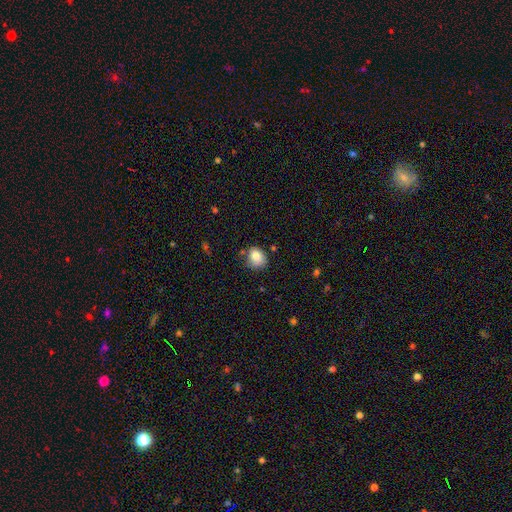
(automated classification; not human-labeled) A smooth galaxy with no disk features (81%) that is round (63%).

Vote fractions:
- Smooth or featured? smooth: 81% / star or artifact: 10% / featured or disk: 9%
- How rounded? round: 63% / in between: 36% / cigar-shaped: 1%
- Merging? none: 65% / minor disturbance: 24% / major disturbance: 5% / merger: 5%